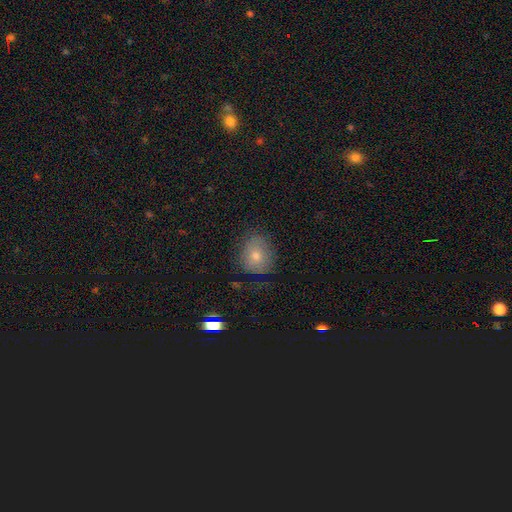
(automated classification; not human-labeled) A smooth galaxy with no disk features (58%) that is round (58%). Merging: none (68%).